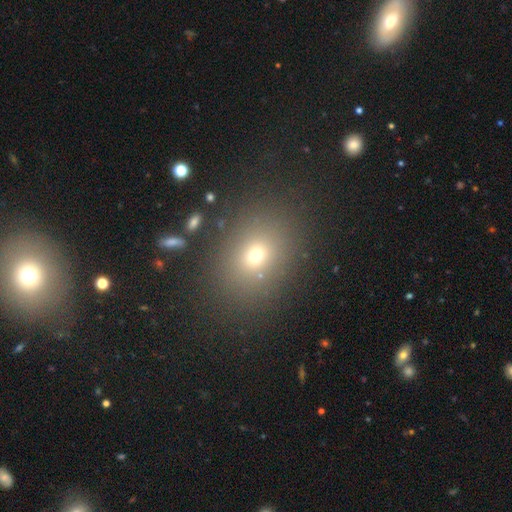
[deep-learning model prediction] The model was most divided on "how rounded": round: 52%, in between: 46%, cigar-shaped: 1%. More confident: merging — none (84%); smooth or featured — smooth (68%).